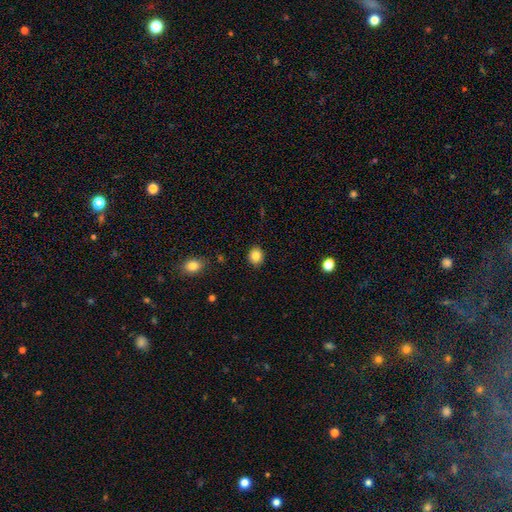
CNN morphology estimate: smooth-or-featured: smooth: 85% | star or artifact: 10% | featured or disk: 5%
  how-rounded: round: 67% | in between: 32% | cigar-shaped: 1%
  merging: none: 88% | minor disturbance: 8% | major disturbance: 2% | merger: 1%